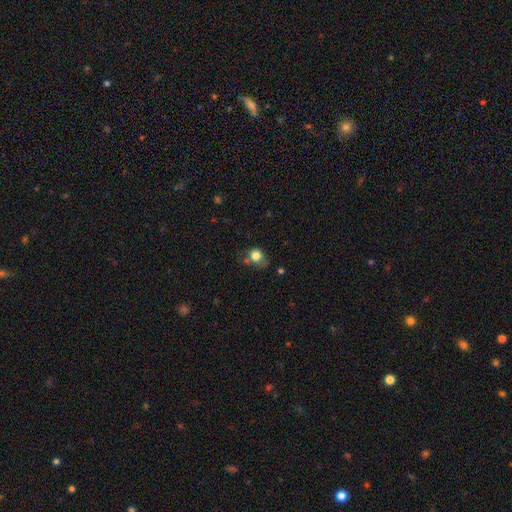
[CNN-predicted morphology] The model was most divided on "merging": none: 46%, minor disturbance: 31%, major disturbance: 14%, merger: 10%. More confident: smooth or featured — smooth (79%); how rounded — round (64%).